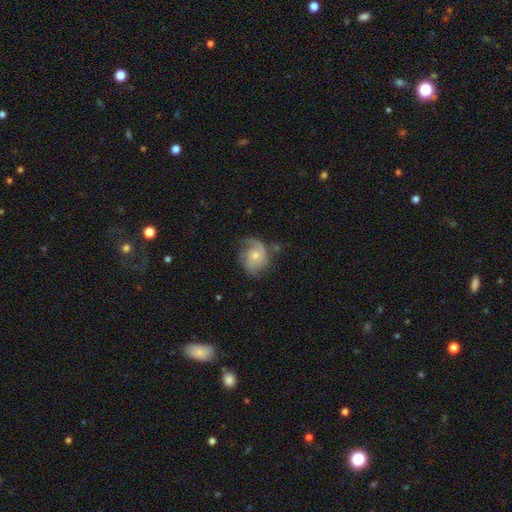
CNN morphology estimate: Smooth or featured: featured or disk — 77% (smooth — 17%)
Edge-on disk: no — 98% (yes — 2%)
Bar: no — 73% (weak — 24%)
Spiral arms: yes — 94% (no — 6%)
Spiral winding: medium — 45% (tight — 33%)
Spiral arm count: 2 — 59% (can't tell — 12%)
Bulge size: small — 51% (moderate — 43%)
Merging: none — 63% (minor disturbance — 22%)